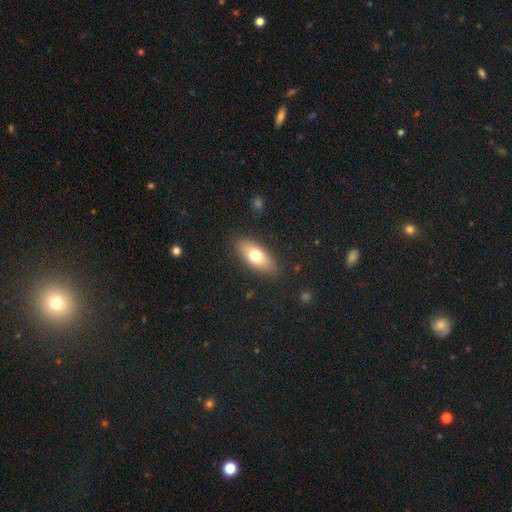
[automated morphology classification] type=smooth (70%); roundness=in between (82%); merging=none (86%).